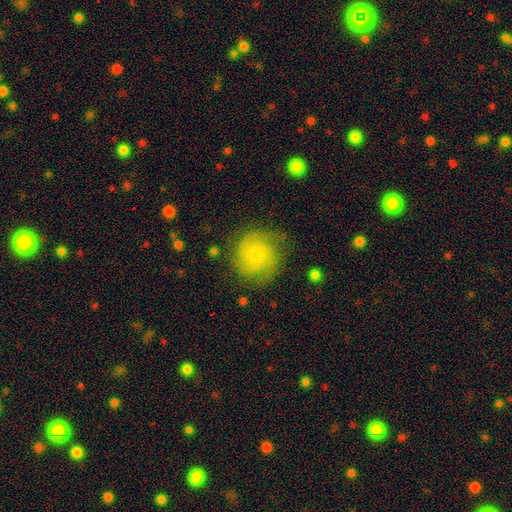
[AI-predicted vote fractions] This appears to be a featured or disk galaxy (47%). Merging: none (72%).